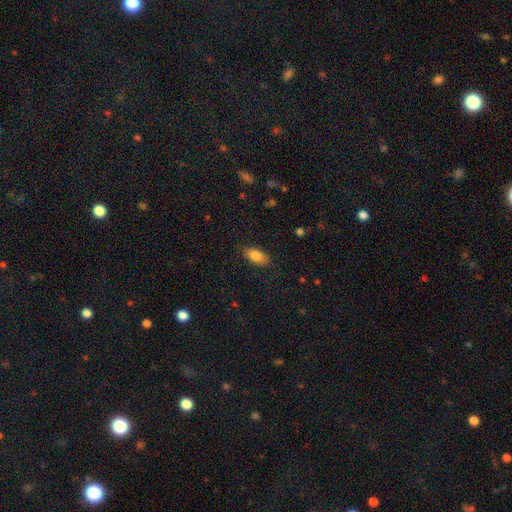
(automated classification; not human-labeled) This appears to be a smooth galaxy with no disk features (82%) that is in between round and cigar-shaped (88%). Merging: none (84%).